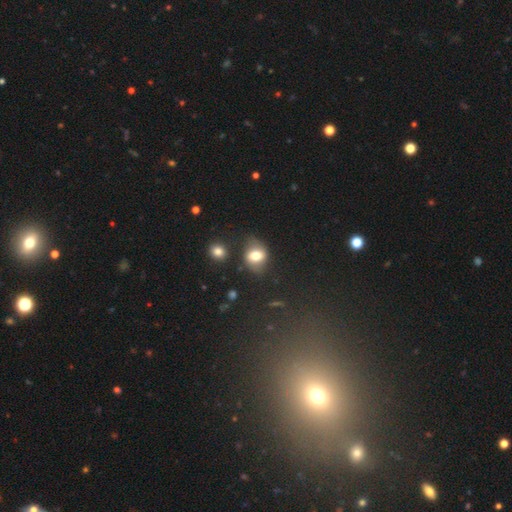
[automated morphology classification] Smooth or featured? smooth (67%)
How rounded? in between (52%)
Merging? none (65%)